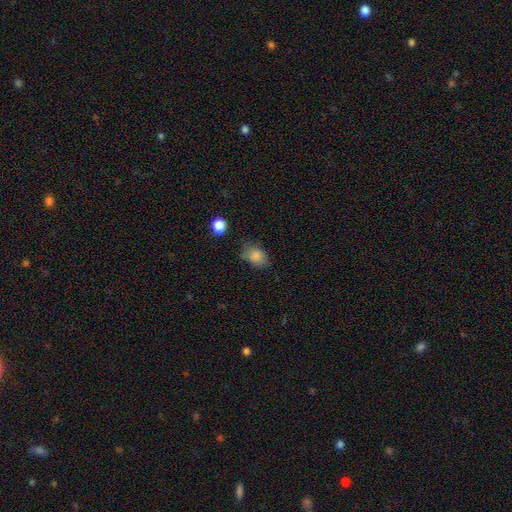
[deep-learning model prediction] A smooth galaxy with no disk features (84%) that is in between round and cigar-shaped (73%). Merging: none (62%).